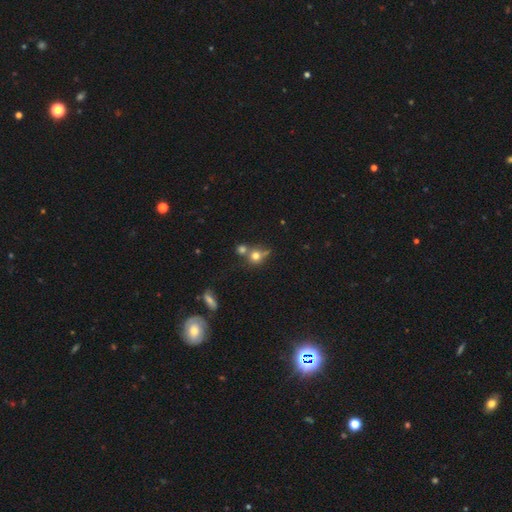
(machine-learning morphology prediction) A smooth galaxy with no disk features (70%) that is round (82%).

Vote fractions:
- Smooth or featured? smooth: 70% / star or artifact: 16% / featured or disk: 15%
- How rounded? round: 82% / in between: 16% / cigar-shaped: 2%
- Merging? none: 46% / merger: 38% / minor disturbance: 11% / major disturbance: 6%